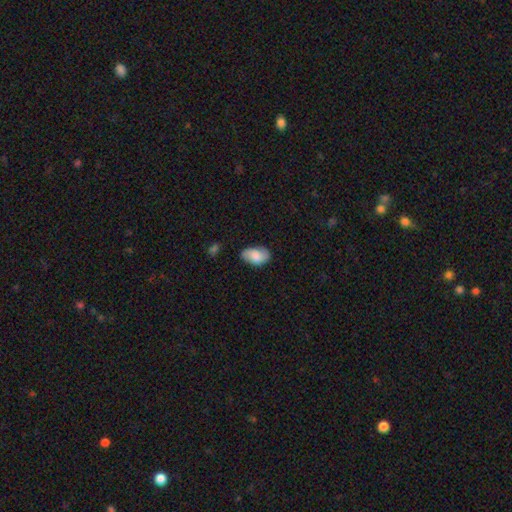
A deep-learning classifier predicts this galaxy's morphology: smooth 77%, featured or disk 16%, star or artifact 7%. Down the decision tree: how rounded — in between (93%); merging — none (72%).